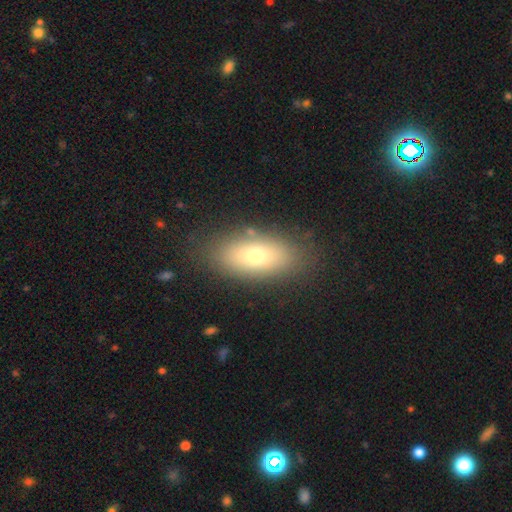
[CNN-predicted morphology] This is likely a smooth galaxy (70%). How rounded: clearly in between (85%). Merging: clearly none (83%).